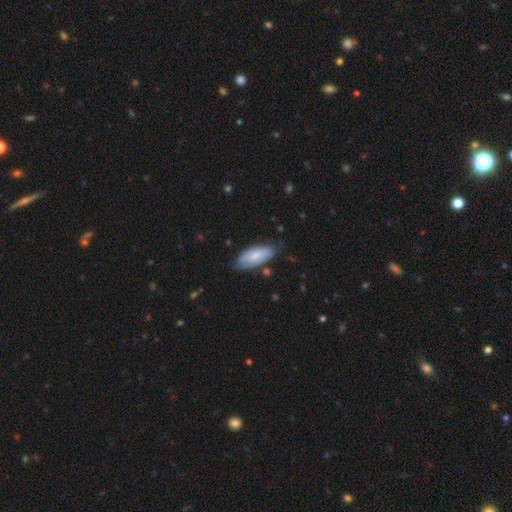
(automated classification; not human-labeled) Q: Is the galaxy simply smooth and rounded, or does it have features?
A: smooth — 72%.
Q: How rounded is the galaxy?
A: in between — 85%.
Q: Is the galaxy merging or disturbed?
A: none — 72%.